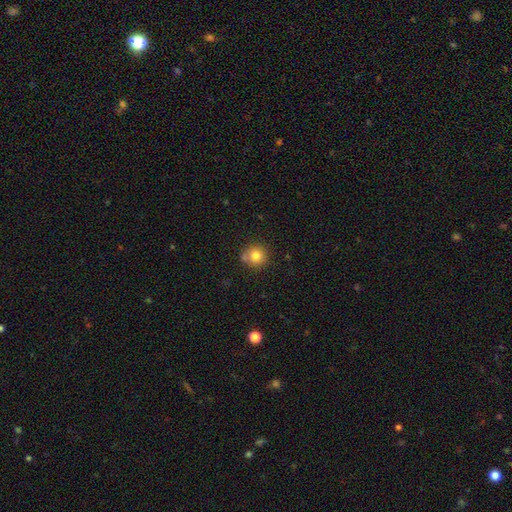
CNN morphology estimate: Q: Smooth or featured?
A: smooth (79%); runner-up: star or artifact (11%)
Q: How rounded?
A: round (91%); runner-up: in between (8%)
Q: Merging?
A: none (72%); runner-up: minor disturbance (14%)